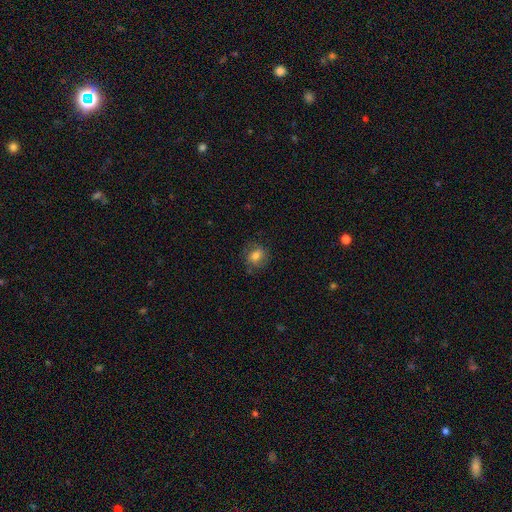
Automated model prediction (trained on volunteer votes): Smooth or featured? smooth (68%)
How rounded? round (68%)
Merging? none (75%)